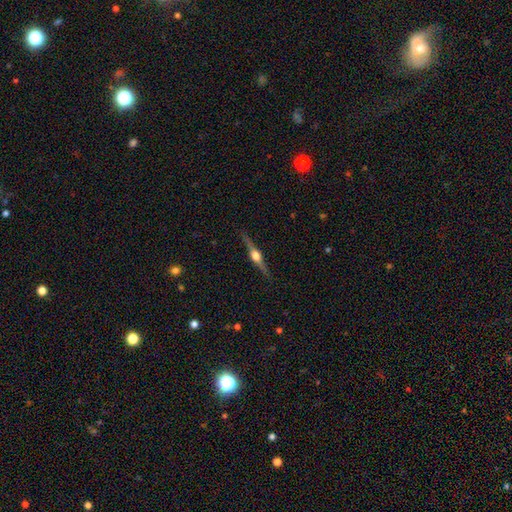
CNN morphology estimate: Smooth or featured? featured or disk (85%)
Edge-on disk? yes (98%)
Edge-on bulge? rounded (95%)
Merging? none (90%)